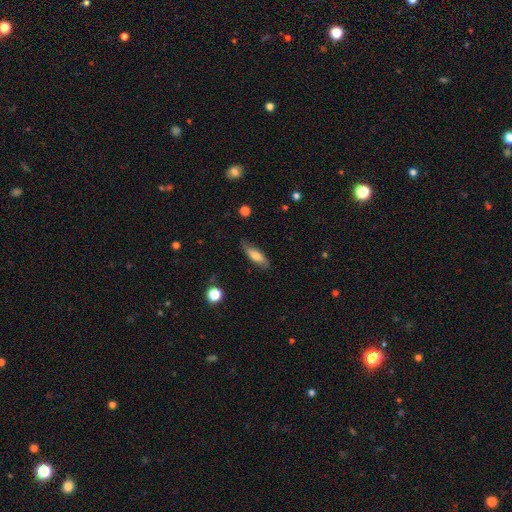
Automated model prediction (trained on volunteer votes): Morphology: type=smooth (70%); roundness=in between (51%); merging=none (77%).